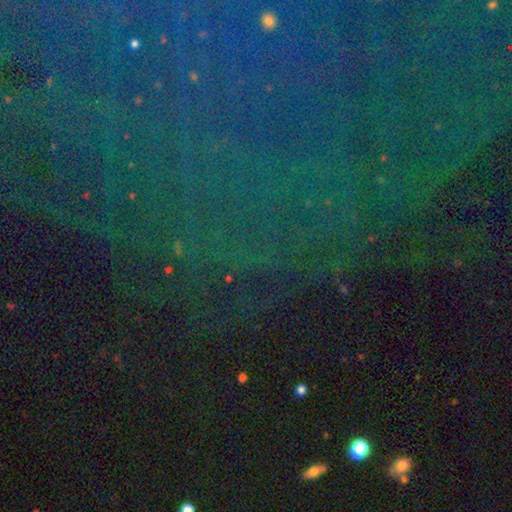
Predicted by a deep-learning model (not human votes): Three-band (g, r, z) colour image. It shows a star or artifact, not a galaxy (83%).